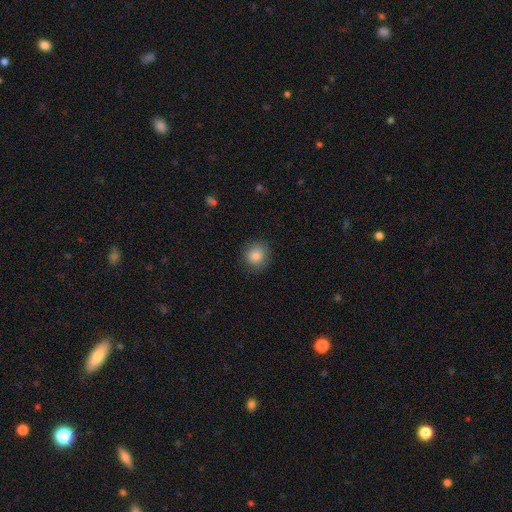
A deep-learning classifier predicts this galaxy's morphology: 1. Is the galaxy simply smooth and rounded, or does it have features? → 84% smooth, 10% star or artifact, 6% featured or disk.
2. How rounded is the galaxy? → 88% round, 11% in between, 1% cigar-shaped.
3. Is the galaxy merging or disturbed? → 88% none, 9% minor disturbance, 3% major disturbance, 1% merger.